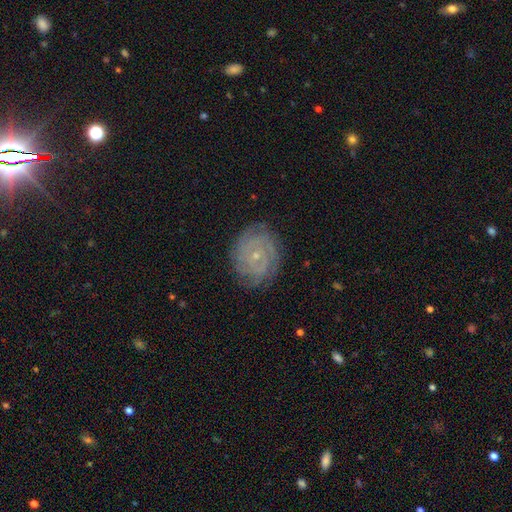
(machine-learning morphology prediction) Smooth or featured?
  - featured or disk: 79% *
  - smooth: 12%
  - star or artifact: 9%
Edge-on disk?
  - no: 97% *
  - yes: 3%
Bar?
  - no: 75% *
  - weak: 20%
  - strong: 5%
Spiral arms?
  - yes: 96% *
  - no: 4%
Spiral winding?
  - tight: 80% *
  - medium: 16%
  - loose: 3%
Spiral arm count?
  - can't tell: 31% *
  - 2: 18%
  - 3: 18%
  - 4: 16%
  - more than 4: 9%
  - 1: 7%
Bulge size?
  - small: 81% *
  - moderate: 15%
  - none: 2%
  - large: 1%
  - dominant: 1%
Merging?
  - none: 83% *
  - minor disturbance: 13%
  - major disturbance: 4%
  - merger: 1%